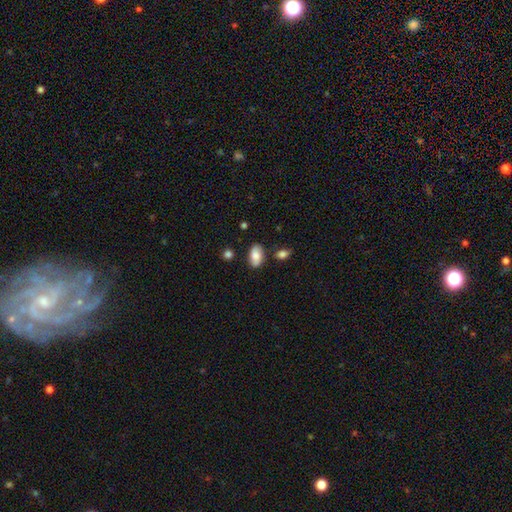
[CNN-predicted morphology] Q: Smooth or featured?
A: smooth (80%); runner-up: featured or disk (13%)
Q: How rounded?
A: in between (92%); runner-up: round (6%)
Q: Merging?
A: none (76%); runner-up: minor disturbance (16%)